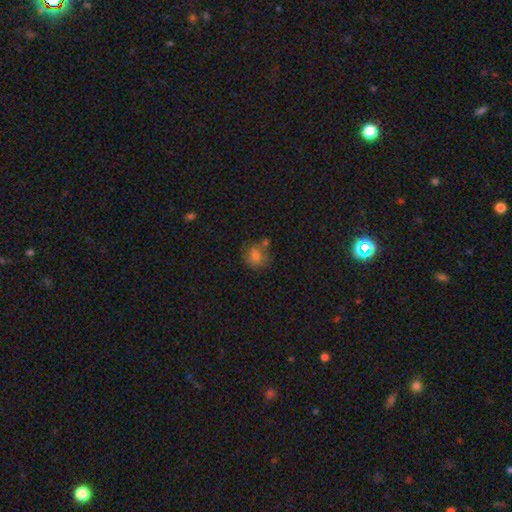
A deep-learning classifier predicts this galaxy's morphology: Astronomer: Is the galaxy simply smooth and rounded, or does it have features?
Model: smooth — 75%.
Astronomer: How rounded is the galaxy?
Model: round — 77%.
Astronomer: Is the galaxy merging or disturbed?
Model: none — 54%.